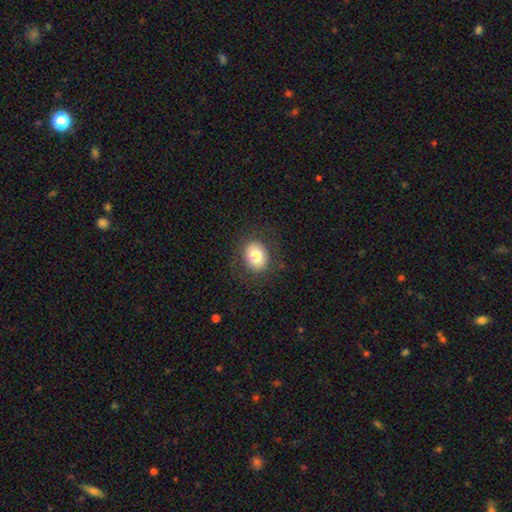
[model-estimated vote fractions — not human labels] This appears to be a smooth galaxy with no disk features (77%) that is round (51%). Merging: none (83%).